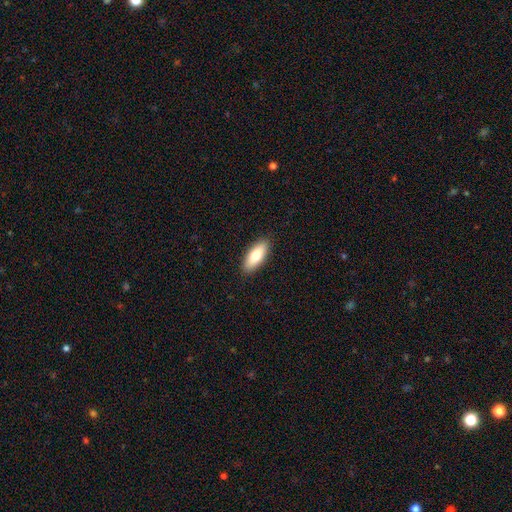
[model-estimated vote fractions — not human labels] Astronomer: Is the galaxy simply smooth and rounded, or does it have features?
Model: smooth — 74%.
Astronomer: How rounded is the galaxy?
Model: in between — 75%.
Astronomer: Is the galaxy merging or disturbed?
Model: none — 90%.